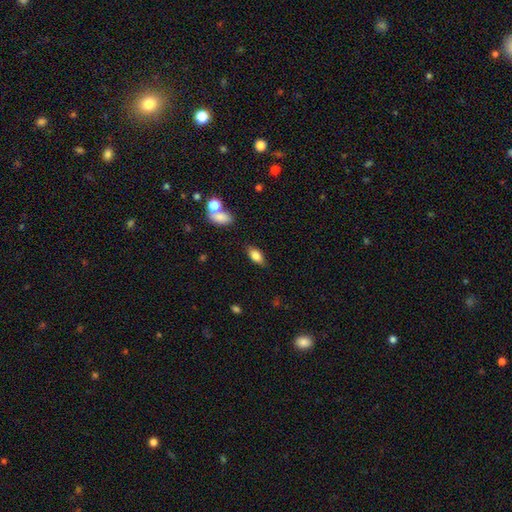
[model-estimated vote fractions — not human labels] smooth-or-featured: smooth: 80% | featured or disk: 12% | star or artifact: 8%
  how-rounded: in between: 87% | cigar-shaped: 8% | round: 5%
  merging: none: 82% | minor disturbance: 12% | major disturbance: 3% | merger: 3%